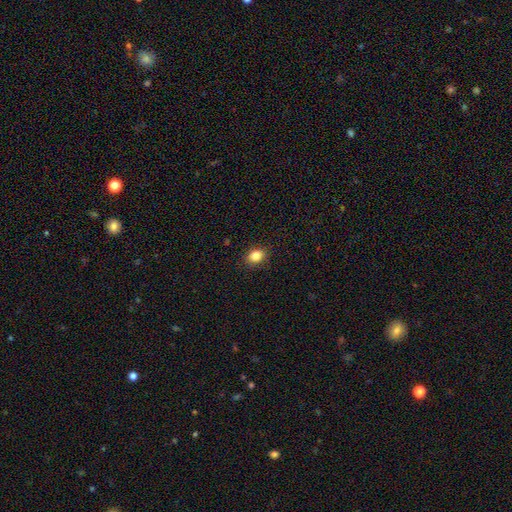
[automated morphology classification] This appears to be a smooth galaxy with no disk features (84%) that is in between round and cigar-shaped (53%). Merging: none (87%).